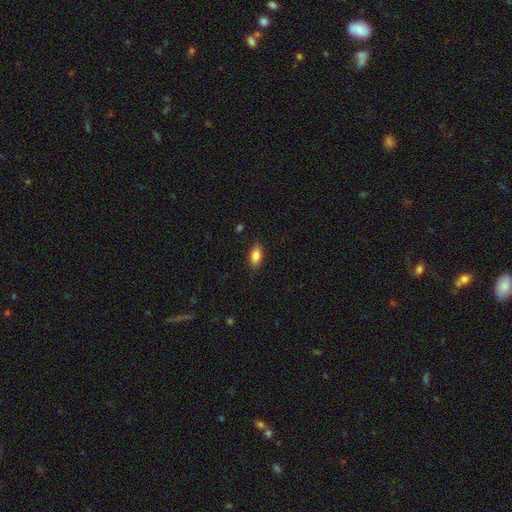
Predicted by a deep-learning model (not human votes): Q: Smooth or featured?
A: smooth (86%); runner-up: star or artifact (7%)
Q: How rounded?
A: in between (88%); runner-up: cigar-shaped (8%)
Q: Merging?
A: none (85%); runner-up: minor disturbance (11%)